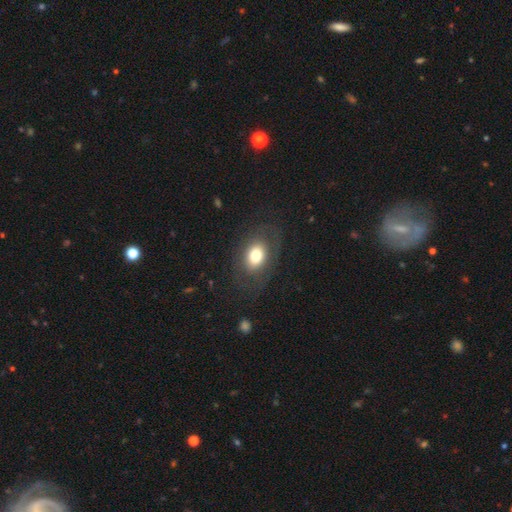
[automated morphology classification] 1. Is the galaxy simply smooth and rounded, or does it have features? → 70% smooth, 20% featured or disk, 9% star or artifact.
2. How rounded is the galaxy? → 75% in between, 24% round, 1% cigar-shaped.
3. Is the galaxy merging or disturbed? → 77% none, 13% minor disturbance, 9% major disturbance, 1% merger.